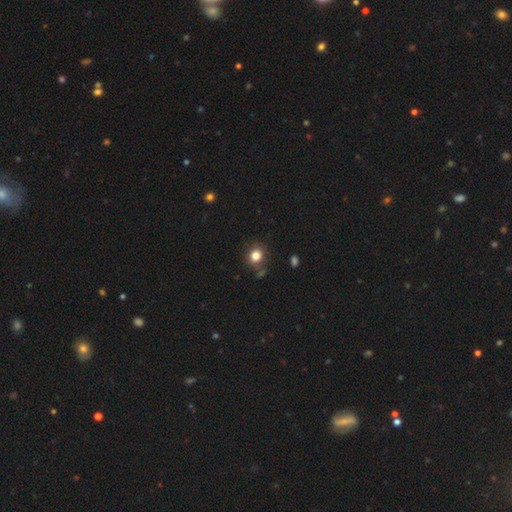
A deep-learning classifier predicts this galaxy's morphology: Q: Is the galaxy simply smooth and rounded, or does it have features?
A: smooth — 81%.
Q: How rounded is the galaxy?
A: round — 76%.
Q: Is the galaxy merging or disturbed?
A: none — 77%.